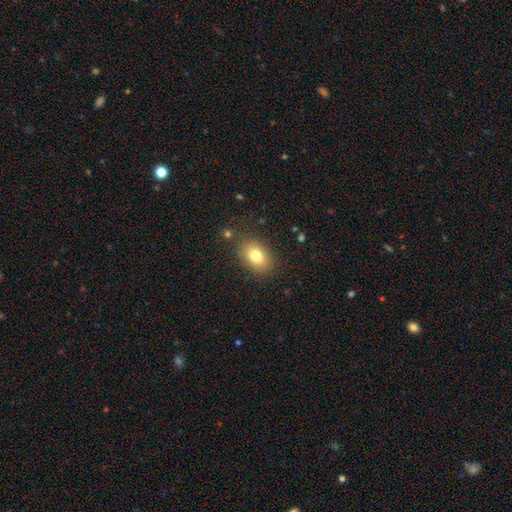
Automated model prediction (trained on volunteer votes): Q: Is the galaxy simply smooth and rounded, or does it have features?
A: smooth — 79%.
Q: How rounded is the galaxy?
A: in between — 77%.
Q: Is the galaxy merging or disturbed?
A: none — 83%.